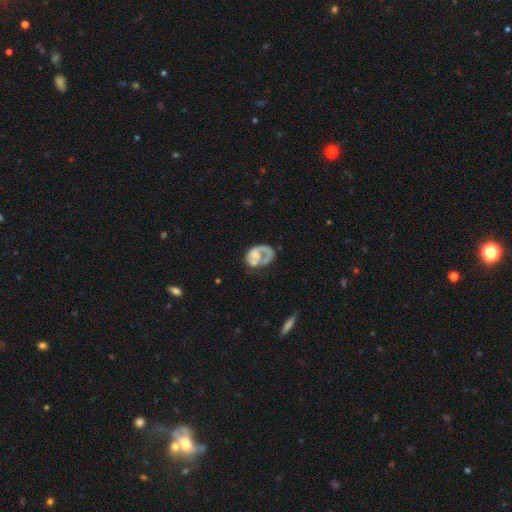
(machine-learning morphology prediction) Q: Smooth or featured?
A: featured or disk (65%); runner-up: smooth (29%)
Q: Edge-on disk?
A: no (98%); runner-up: yes (2%)
Q: Bar?
A: no (82%); runner-up: weak (14%)
Q: Spiral arms?
A: yes (61%); runner-up: no (39%)
Q: Bulge size?
A: none (32%); runner-up: moderate (31%)
Q: Merging?
A: major disturbance (37%); runner-up: none (34%)